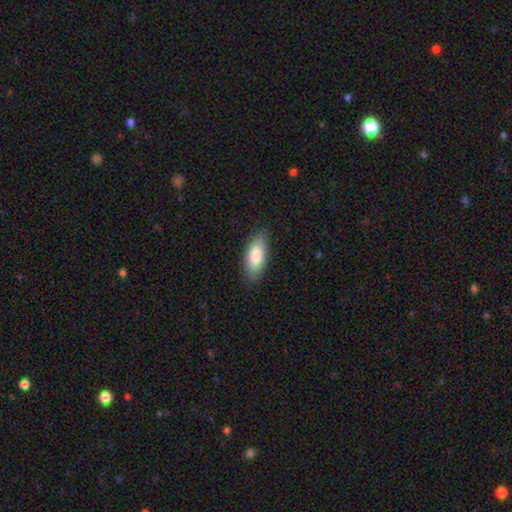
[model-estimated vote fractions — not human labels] Q: Smooth or featured?
A: smooth (81%); runner-up: featured or disk (13%)
Q: How rounded?
A: in between (83%); runner-up: cigar-shaped (15%)
Q: Merging?
A: none (83%); runner-up: minor disturbance (13%)